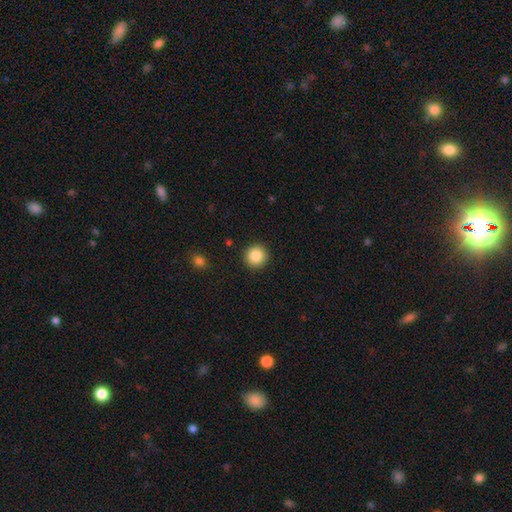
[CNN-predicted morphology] A smooth galaxy with no disk features (86%) that is round (95%). Merging: none (92%).